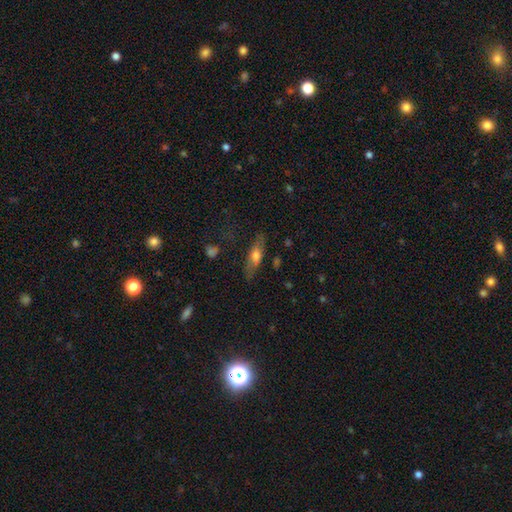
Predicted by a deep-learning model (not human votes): Smooth or featured?
  - smooth: 55% *
  - featured or disk: 38%
  - star or artifact: 7%
How rounded?
  - cigar-shaped: 49% *
  - in between: 47%
  - round: 4%
Merging?
  - none: 79% *
  - minor disturbance: 15%
  - major disturbance: 4%
  - merger: 2%